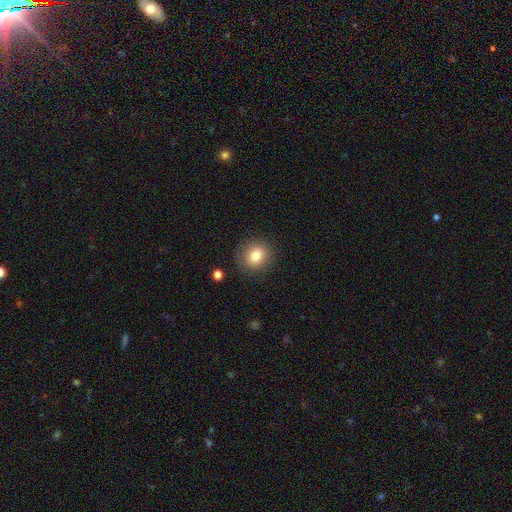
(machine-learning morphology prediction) This is likely a smooth galaxy (80%). How rounded: clearly round (81%). Merging: clearly none (87%).